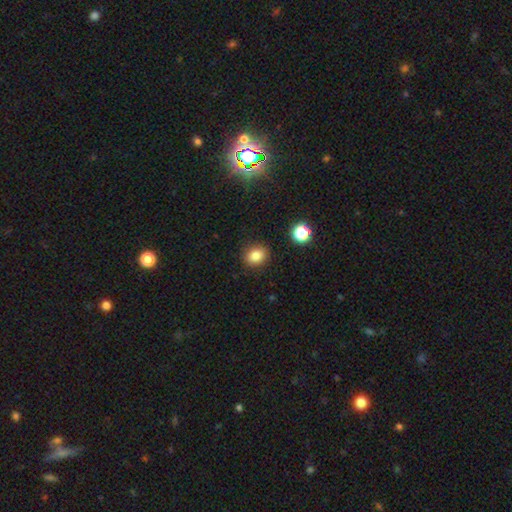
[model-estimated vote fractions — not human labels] This appears to be a smooth galaxy with no disk features (84%) that is round (56%). Merging: none (87%).